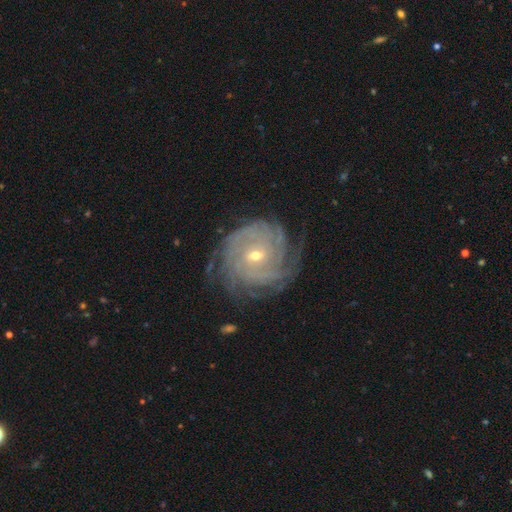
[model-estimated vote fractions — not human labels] Overall: featured or disk (87%). Edge-on disk: no (97%). Bar: no (49%; weak 40%). Spiral arms: yes (97%). Spiral arm count: can't tell (30%; more than 4 21%). Spiral winding: tight (80%). Bulge size: small (60%; moderate 37%). Merging: none (75%).